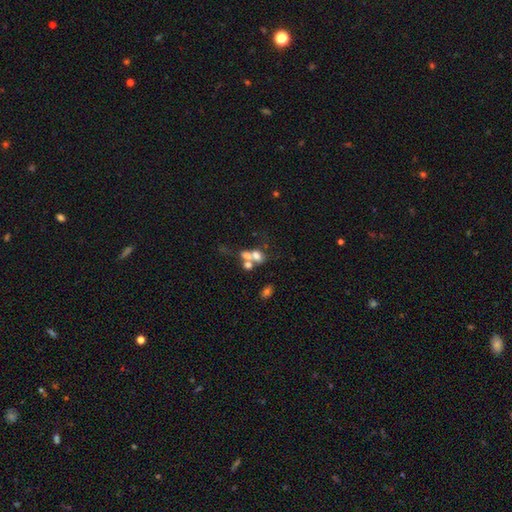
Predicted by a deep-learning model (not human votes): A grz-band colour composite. It shows a smooth galaxy with no disk features (59%) that is in between round and cigar-shaped (61%). Merging: merger (59%).